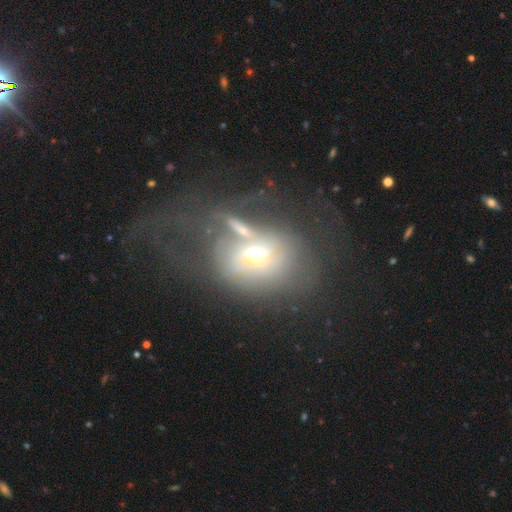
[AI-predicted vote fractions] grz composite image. It shows a featured or disk galaxy (52%). Merging: major disturbance (39%).